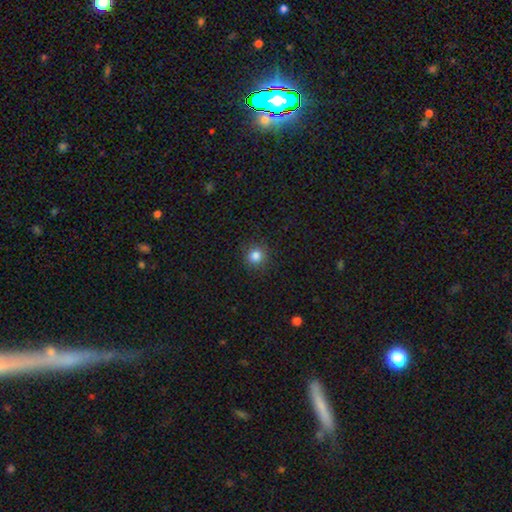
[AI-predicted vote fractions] This appears to be a smooth galaxy with no disk features (83%) that is round (93%). Merging: none (89%).